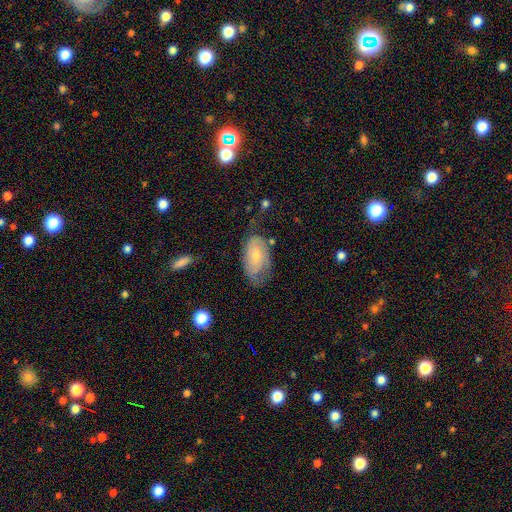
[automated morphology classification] smooth-or-featured: featured or disk: 48% | smooth: 45% | star or artifact: 7%
  merging: none: 50% | minor disturbance: 31% | major disturbance: 15% | merger: 3%